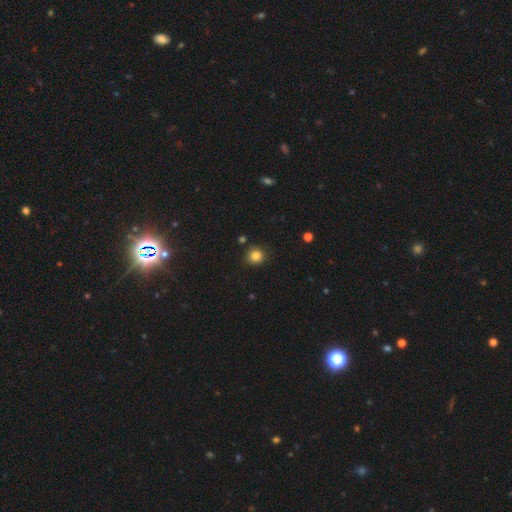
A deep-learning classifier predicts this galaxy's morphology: The model was most divided on "smooth or featured": smooth: 83%, star or artifact: 12%, featured or disk: 5%. More confident: how rounded — round (92%); merging — none (87%).